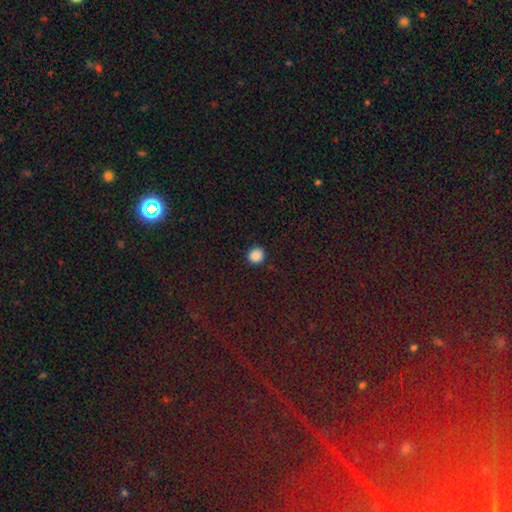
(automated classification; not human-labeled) Q: Smooth or featured?
A: smooth (87%); runner-up: star or artifact (10%)
Q: How rounded?
A: round (88%); runner-up: in between (11%)
Q: Merging?
A: none (89%); runner-up: minor disturbance (7%)